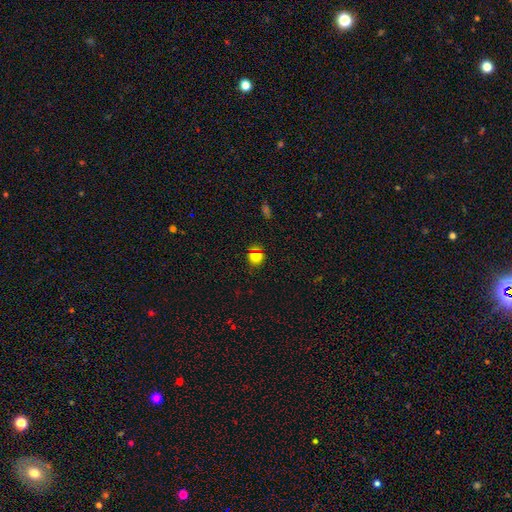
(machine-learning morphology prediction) Smooth or featured?
  - smooth: 72% *
  - star or artifact: 22%
  - featured or disk: 6%
How rounded?
  - round: 85% *
  - in between: 14%
  - cigar-shaped: 1%
Merging?
  - none: 84% *
  - minor disturbance: 10%
  - major disturbance: 3%
  - merger: 2%